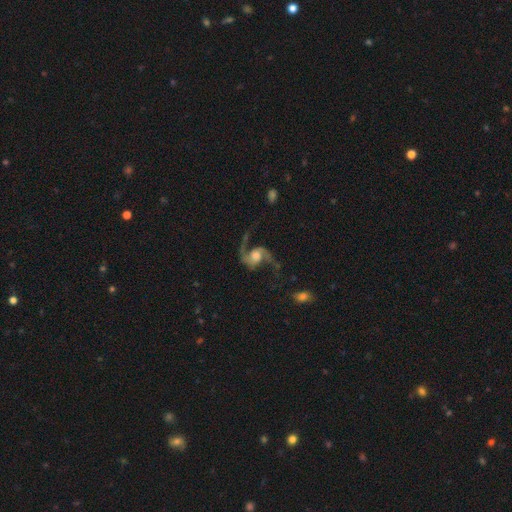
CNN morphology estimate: type=featured or disk (90%); edge-on=no (98%); bar=no (59%); spiral arms=yes (98%); winding=loose (67%); arm count=2 (94%); bulge=moderate (45%); merging=none (70%).